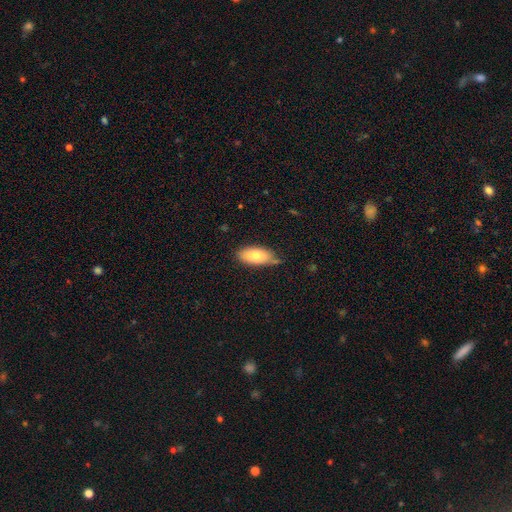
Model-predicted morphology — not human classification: Q: Smooth or featured?
A: smooth (78%); runner-up: featured or disk (15%)
Q: How rounded?
A: in between (90%); runner-up: cigar-shaped (7%)
Q: Merging?
A: none (66%); runner-up: minor disturbance (26%)